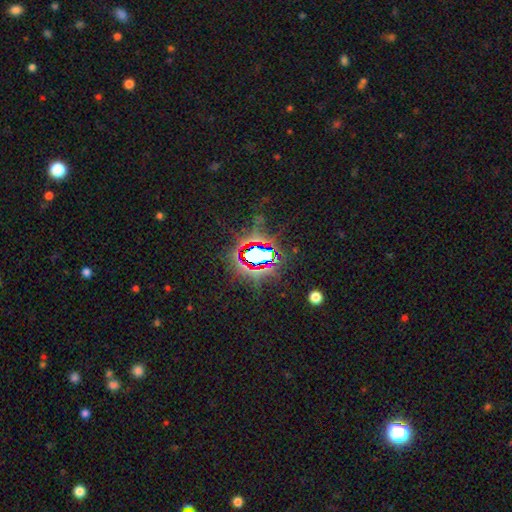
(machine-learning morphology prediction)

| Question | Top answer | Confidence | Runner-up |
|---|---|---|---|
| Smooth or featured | star or artifact | 77% | smooth (12%) |